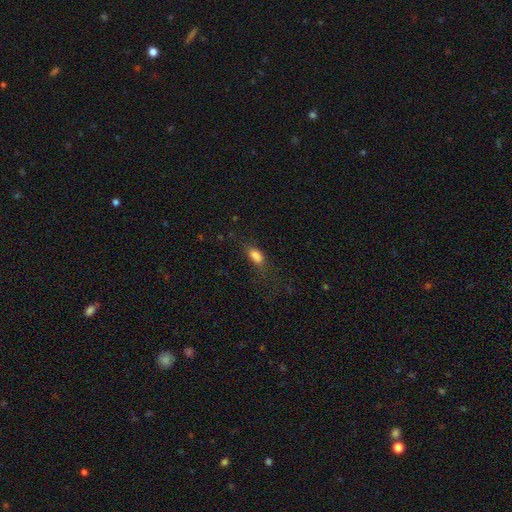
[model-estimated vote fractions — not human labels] Morphology: type=smooth (81%); roundness=in between (83%); merging=none (53%).